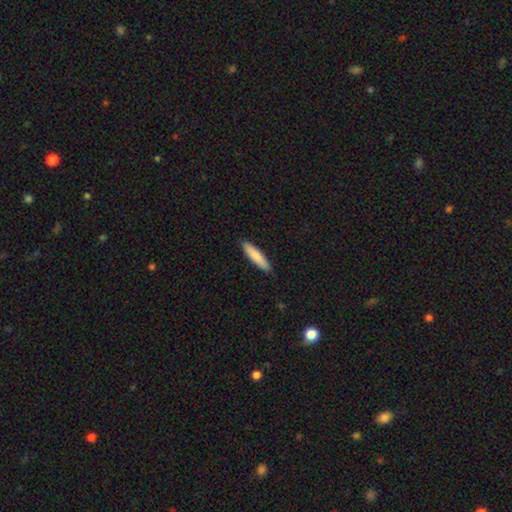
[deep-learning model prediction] A smooth galaxy with no disk features (85%) that is cigar-shaped (82%). Merging: none (90%).